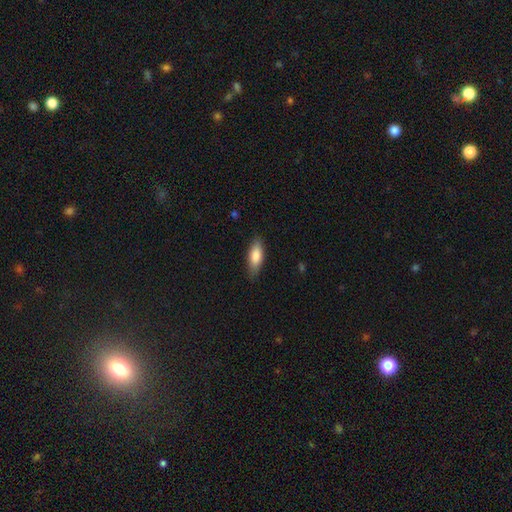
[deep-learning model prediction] Smooth or featured? Predicted: smooth (p=0.82). How rounded? Predicted: in between (p=0.69). Merging? Predicted: none (p=0.84).